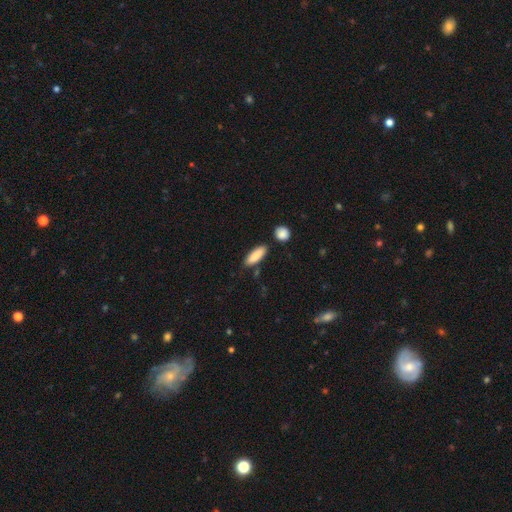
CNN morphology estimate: Smooth or featured: smooth — 86% (featured or disk — 8%)
How rounded: in between — 55% (cigar-shaped — 42%)
Merging: none — 80% (minor disturbance — 12%)